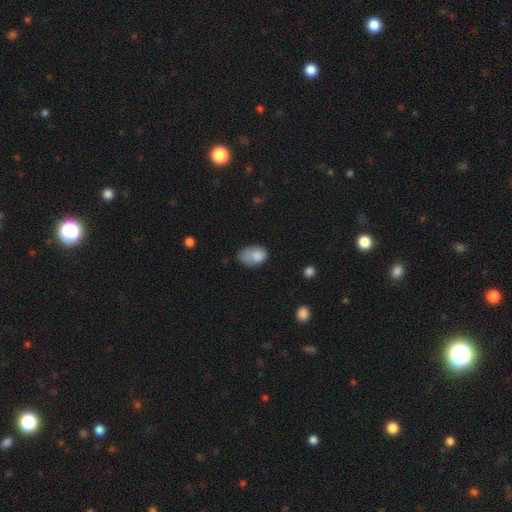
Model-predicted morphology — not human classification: Smooth or featured? smooth (78%)
How rounded? in between (82%)
Merging? none (39%)